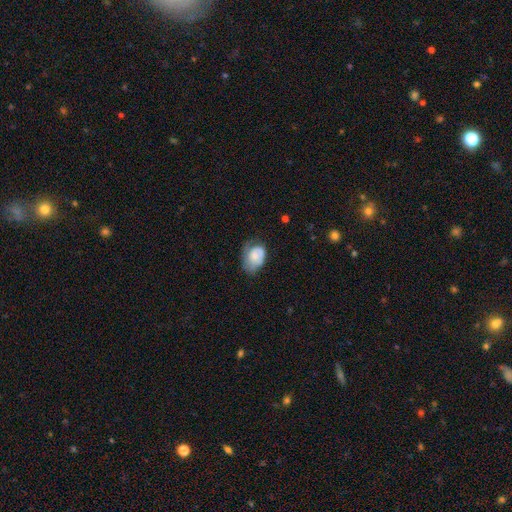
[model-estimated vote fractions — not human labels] Smooth or featured? Predicted: smooth (p=0.54). How rounded? Predicted: in between (p=0.77). Merging? Predicted: none (p=0.44).